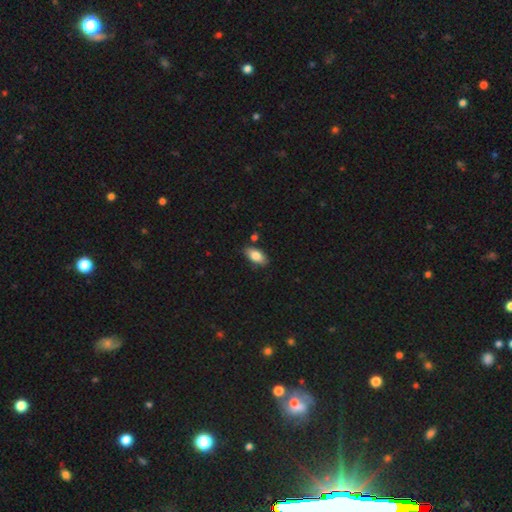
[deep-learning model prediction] This appears to be a smooth galaxy with no disk features (82%) that is in between round and cigar-shaped (91%). Merging: none (82%).